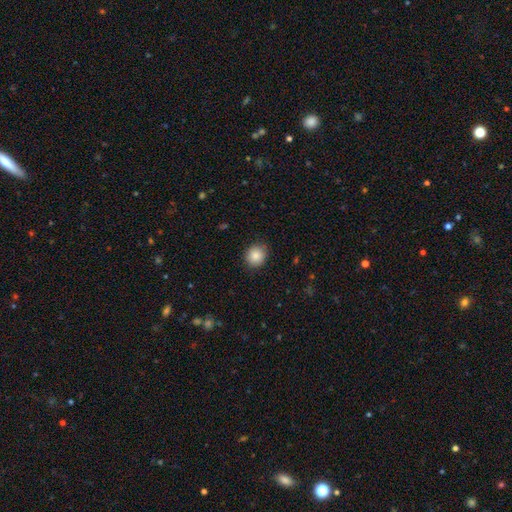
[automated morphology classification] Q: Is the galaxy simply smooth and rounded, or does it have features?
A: smooth — 87%.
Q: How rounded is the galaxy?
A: round — 79%.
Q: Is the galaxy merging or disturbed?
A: none — 88%.